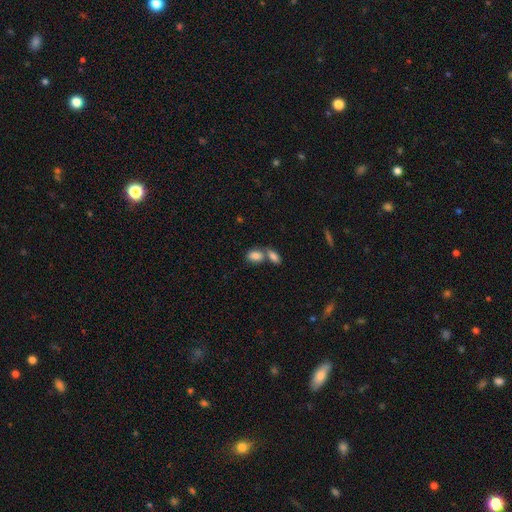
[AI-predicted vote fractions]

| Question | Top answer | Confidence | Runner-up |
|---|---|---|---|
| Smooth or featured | smooth | 84% | featured or disk (9%) |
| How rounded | in between | 84% | round (14%) |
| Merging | merger | 49% | none (39%) |